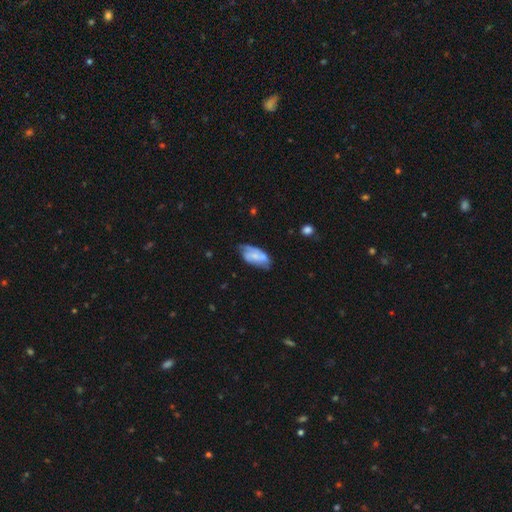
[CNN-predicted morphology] Smooth or featured: smooth — 47% (featured or disk — 46%)
Merging: none — 48% (minor disturbance — 33%)